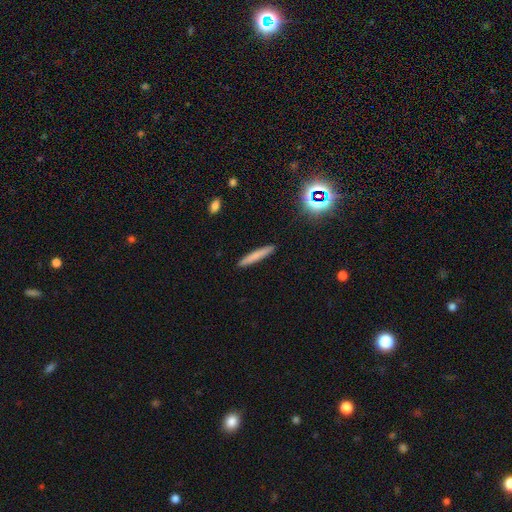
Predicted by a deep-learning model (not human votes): A smooth galaxy with no disk features (74%) that is cigar-shaped (95%). Merging: none (92%).